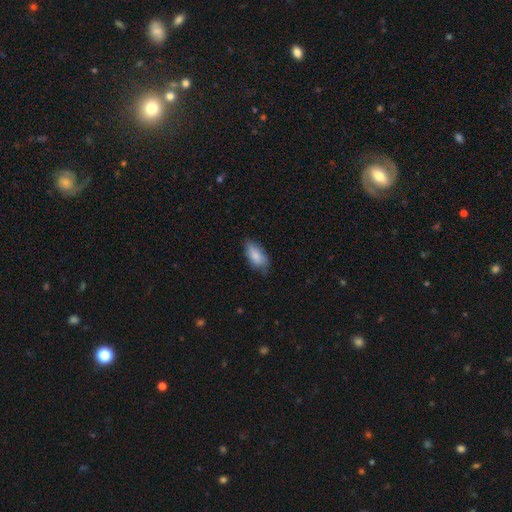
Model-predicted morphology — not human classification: A smooth galaxy with no disk features (82%) that is in between round and cigar-shaped (90%). Merging: none (65%).